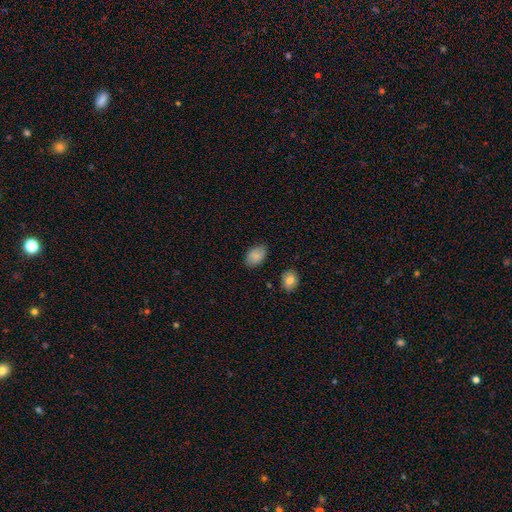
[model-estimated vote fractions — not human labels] Smooth or featured? Predicted: smooth (p=0.87). How rounded? Predicted: in between (p=0.86). Merging? Predicted: none (p=0.83).